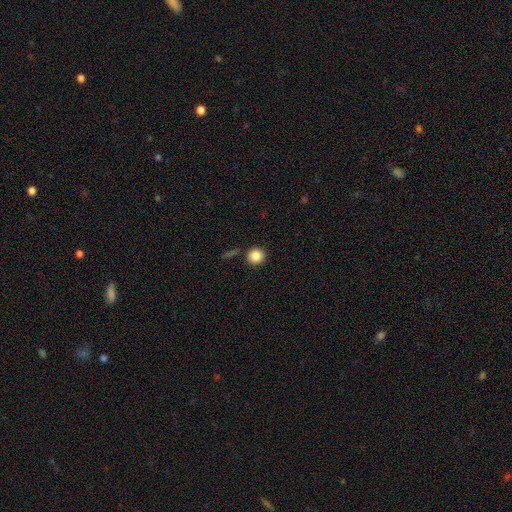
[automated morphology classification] This is clearly a smooth galaxy (85%). How rounded: clearly round (91%). Merging: clearly none (86%).